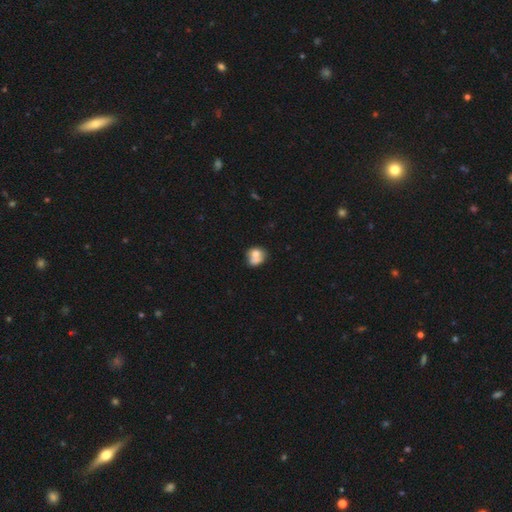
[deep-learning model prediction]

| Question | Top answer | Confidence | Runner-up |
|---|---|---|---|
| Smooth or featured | smooth | 67% | featured or disk (24%) |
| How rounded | round | 65% | in between (34%) |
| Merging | merger | 46% | none (34%) |